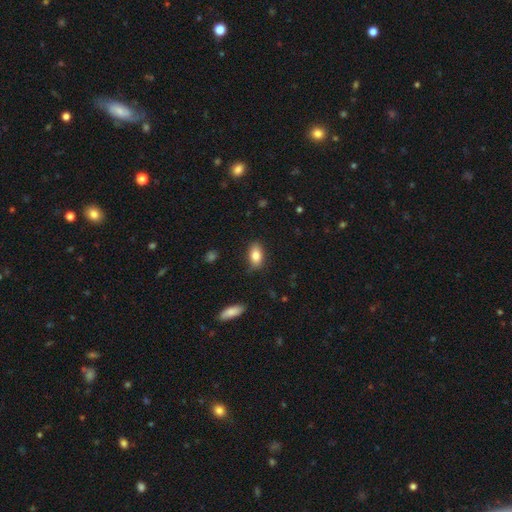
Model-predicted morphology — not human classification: A smooth galaxy with no disk features (83%) that is in between round and cigar-shaped (89%). Merging: none (82%).